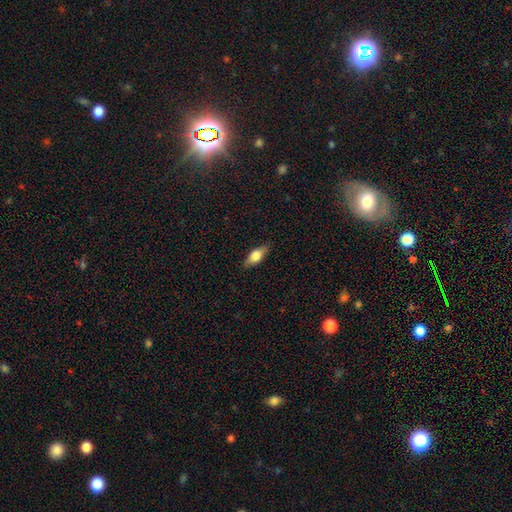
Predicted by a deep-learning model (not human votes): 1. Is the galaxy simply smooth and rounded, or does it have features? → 65% smooth, 28% featured or disk, 7% star or artifact.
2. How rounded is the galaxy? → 72% in between, 24% cigar-shaped, 4% round.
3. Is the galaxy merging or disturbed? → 86% none, 11% minor disturbance, 2% major disturbance, 1% merger.